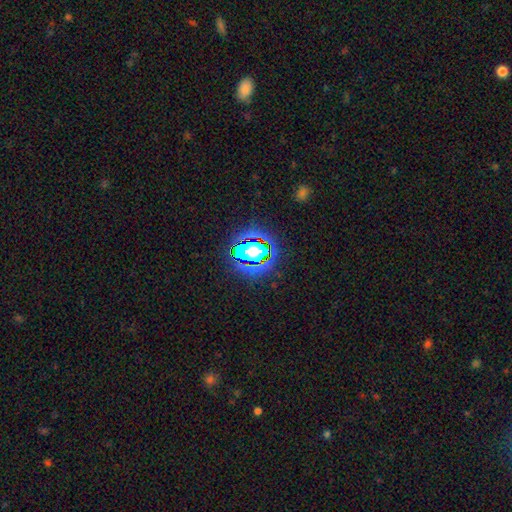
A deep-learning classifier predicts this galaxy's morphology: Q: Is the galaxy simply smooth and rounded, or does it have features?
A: star or artifact — 76%.